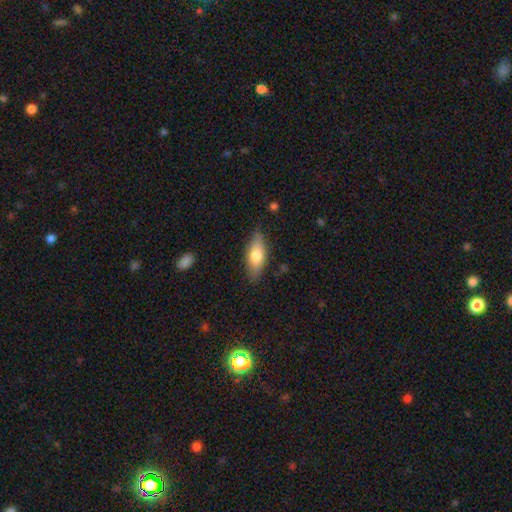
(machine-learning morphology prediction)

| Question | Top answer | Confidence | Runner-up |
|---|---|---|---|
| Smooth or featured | smooth | 68% | featured or disk (26%) |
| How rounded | in between | 70% | cigar-shaped (27%) |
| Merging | none | 82% | minor disturbance (14%) |